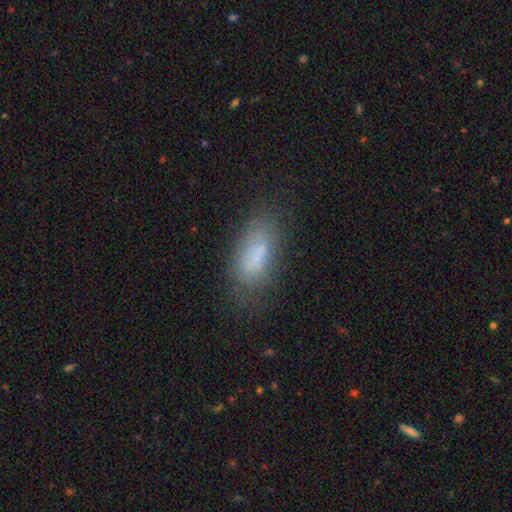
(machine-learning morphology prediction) Smooth or featured: smooth — 73% (featured or disk — 18%)
How rounded: in between — 80% (cigar-shaped — 17%)
Merging: none — 68% (minor disturbance — 21%)